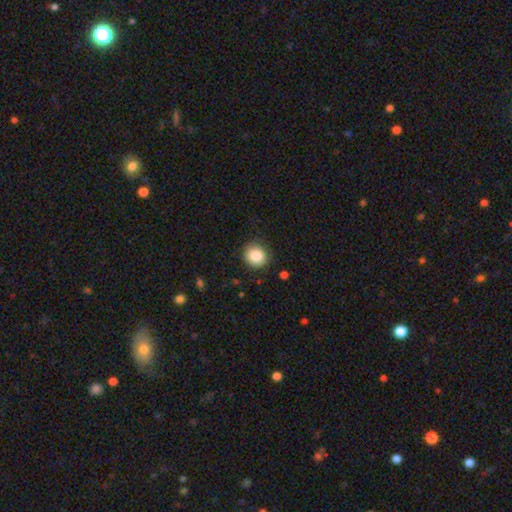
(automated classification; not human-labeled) This appears to be a smooth galaxy with no disk features (87%) that is round (86%). Merging: none (85%).